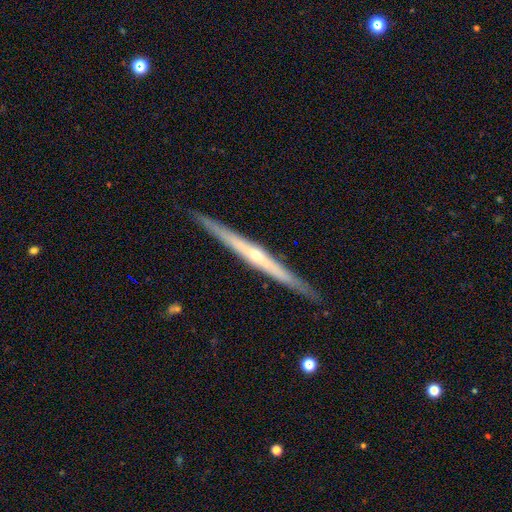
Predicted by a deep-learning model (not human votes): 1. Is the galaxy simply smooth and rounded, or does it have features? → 77% featured or disk, 17% smooth, 6% star or artifact.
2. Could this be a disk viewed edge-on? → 97% yes, 3% no.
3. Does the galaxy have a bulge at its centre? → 68% rounded, 29% none, 3% boxy.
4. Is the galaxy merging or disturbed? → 90% none, 7% minor disturbance, 1% major disturbance, 1% merger.